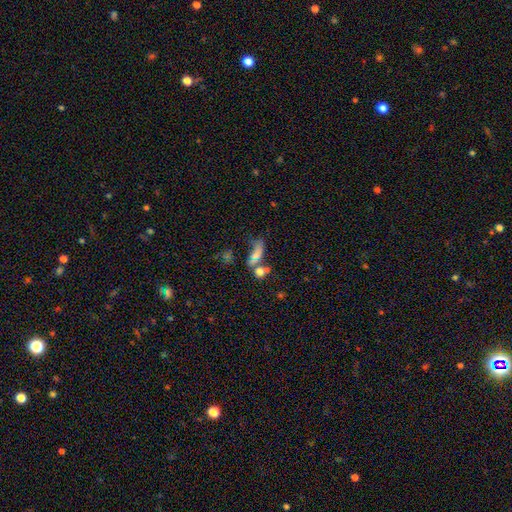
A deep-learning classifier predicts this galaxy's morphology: Smooth or featured? smooth (60%)
How rounded? in between (58%)
Merging? merger (41%)